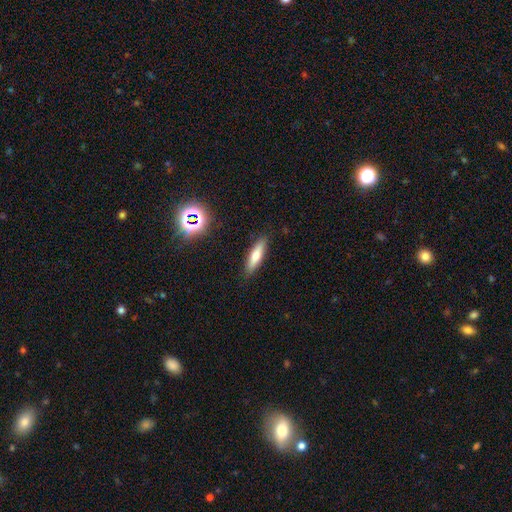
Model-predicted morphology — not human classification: smooth_or_featured: smooth (p=0.62) [alt: featured or disk p=0.29]
how_rounded: cigar-shaped (p=0.68) [alt: in between p=0.30]
merging: none (p=0.88) [alt: minor disturbance p=0.08]